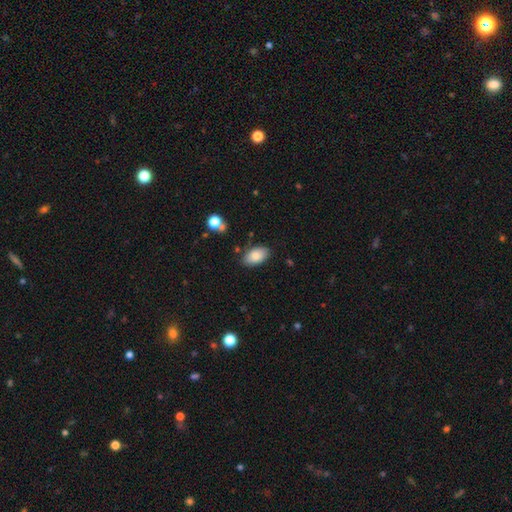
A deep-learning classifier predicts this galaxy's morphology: Q: Smooth or featured?
A: smooth (82%); runner-up: featured or disk (11%)
Q: How rounded?
A: in between (94%); runner-up: round (4%)
Q: Merging?
A: none (82%); runner-up: minor disturbance (13%)